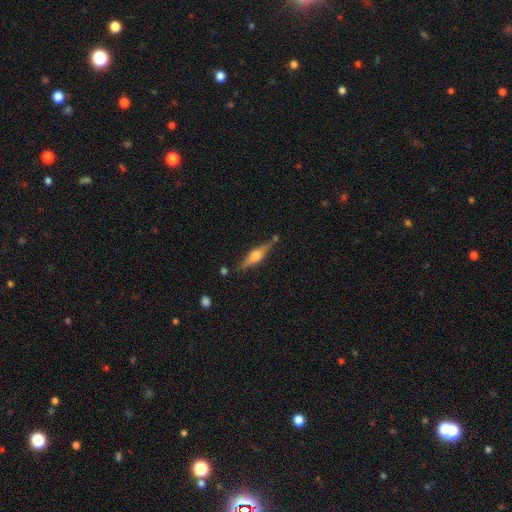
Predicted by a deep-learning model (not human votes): smooth-or-featured: featured or disk: 67% | smooth: 27% | star or artifact: 6%
  disk-edge-on: yes: 96% | no: 4%
    edge-on-bulge: rounded: 89% | boxy: 8% | none: 2%
  merging: none: 78% | minor disturbance: 13% | merger: 6% | major disturbance: 3%